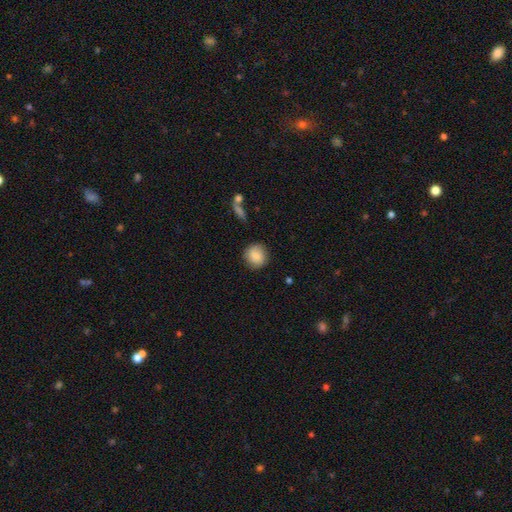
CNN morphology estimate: A smooth galaxy with no disk features (86%) that is round (88%). Merging: none (85%).